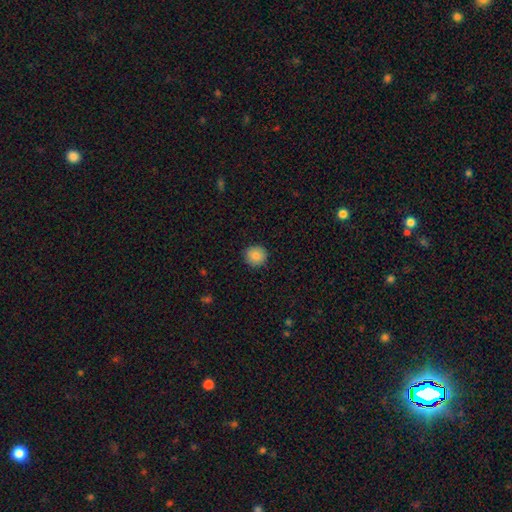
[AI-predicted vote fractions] Smooth or featured: smooth — 87% (star or artifact — 9%)
How rounded: round — 93% (in between — 6%)
Merging: none — 91% (minor disturbance — 6%)